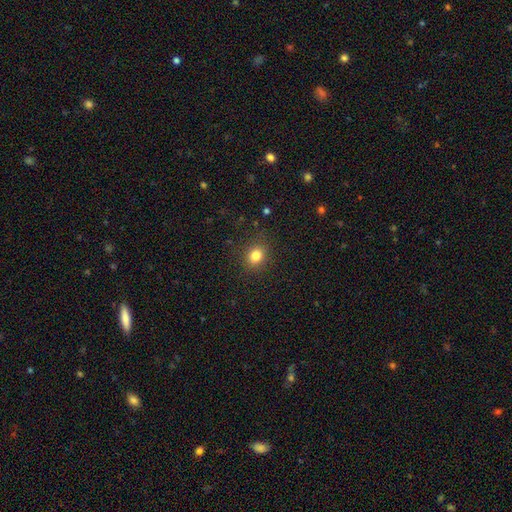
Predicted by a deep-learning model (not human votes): A smooth galaxy with no disk features (82%) that is round (62%).

Vote fractions:
- Smooth or featured? smooth: 82% / star or artifact: 12% / featured or disk: 6%
- How rounded? round: 62% / in between: 37% / cigar-shaped: 1%
- Merging? none: 87% / minor disturbance: 9% / major disturbance: 3% / merger: 1%